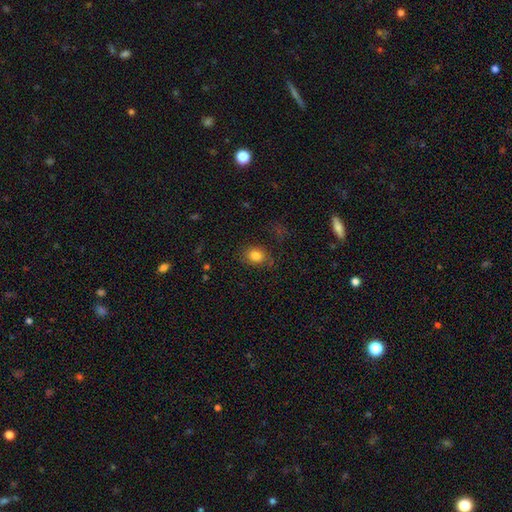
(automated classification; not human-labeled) Smooth or featured? Predicted: smooth (p=0.81). How rounded? Predicted: in between (p=0.51). Merging? Predicted: none (p=0.75).